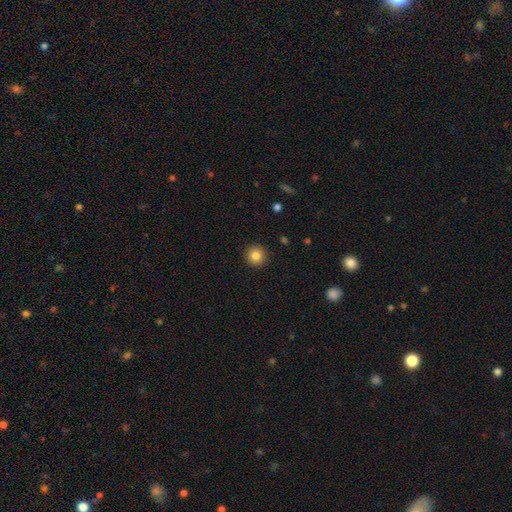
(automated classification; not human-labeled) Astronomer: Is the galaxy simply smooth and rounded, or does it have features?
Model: smooth — 84%.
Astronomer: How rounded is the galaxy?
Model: round — 94%.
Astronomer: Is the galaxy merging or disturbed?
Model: none — 92%.